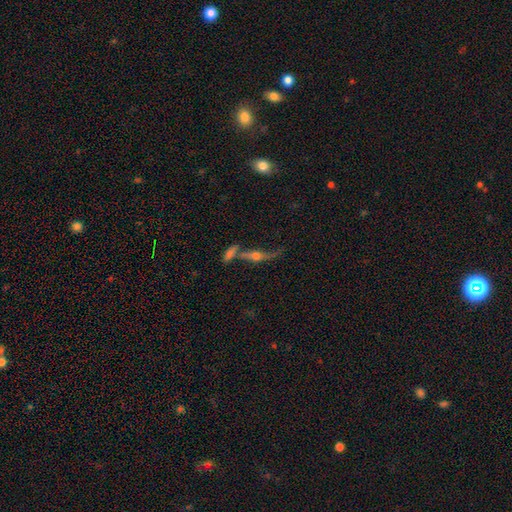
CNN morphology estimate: type=featured or disk (72%); edge-on=yes (67%); merging=none (45%).